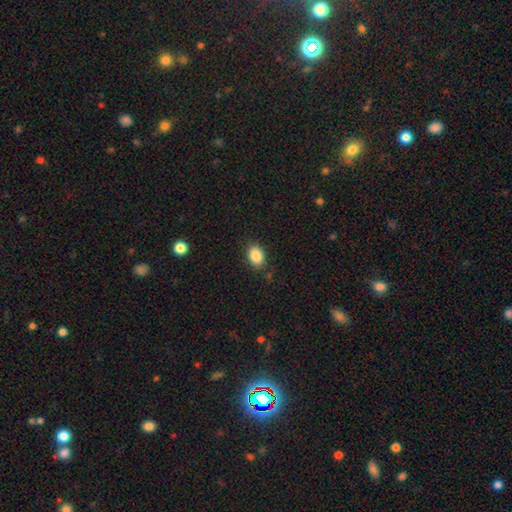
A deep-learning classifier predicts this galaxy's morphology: smooth 87%, star or artifact 9%, featured or disk 4%. Down the decision tree: how rounded — in between (76%); merging — none (85%).